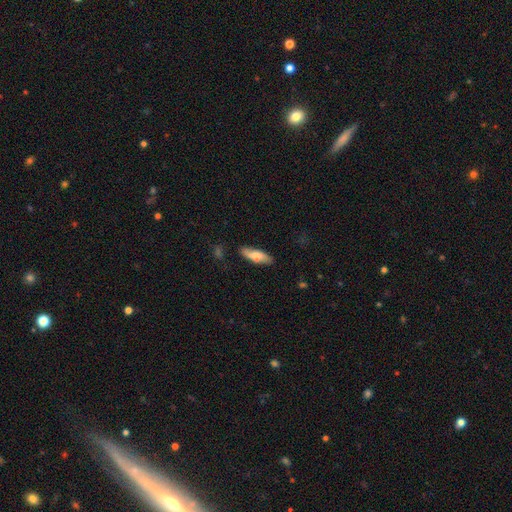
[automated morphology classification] A smooth galaxy with no disk features (67%) that is cigar-shaped (50%). Merging: none (75%).